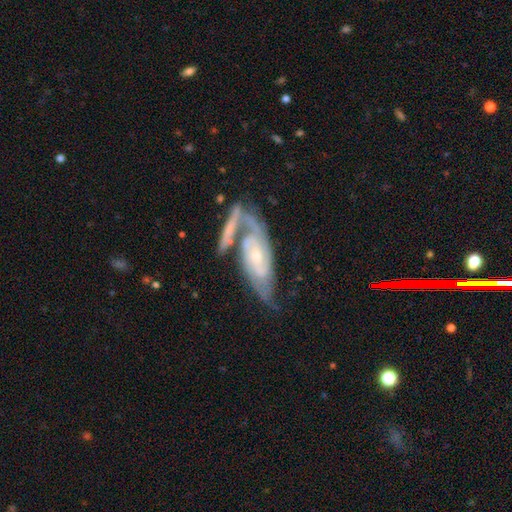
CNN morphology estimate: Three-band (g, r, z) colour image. It shows a featured or disk galaxy (85%) with no bar (53%), 2 (67%) tight (52%) spiral arms (95%) and a small central bulge (65%). Merging: none (43%).